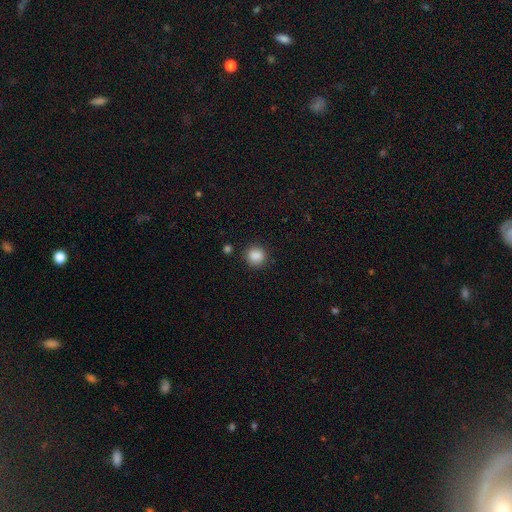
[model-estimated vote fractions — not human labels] Smooth or featured: smooth — 87% (star or artifact — 10%)
How rounded: round — 87% (in between — 12%)
Merging: none — 87% (minor disturbance — 9%)